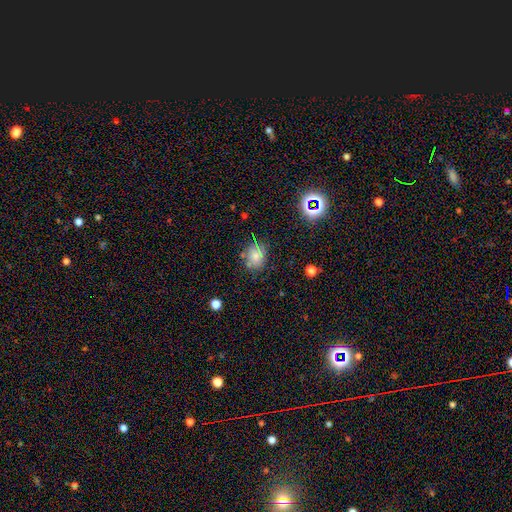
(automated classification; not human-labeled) Smooth or featured? smooth (68%)
How rounded? round (58%)
Merging? none (74%)